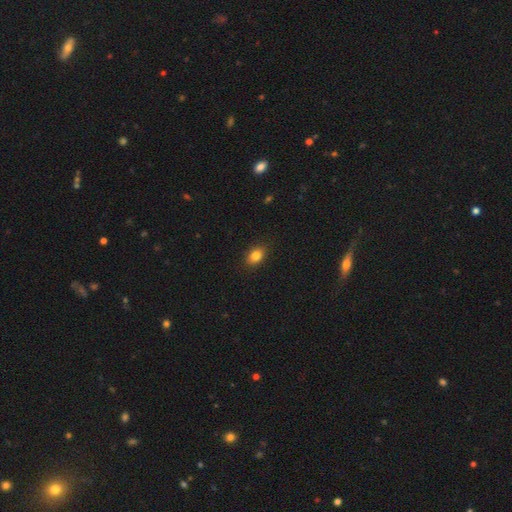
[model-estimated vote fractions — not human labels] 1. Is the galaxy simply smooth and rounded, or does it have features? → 83% smooth, 10% star or artifact, 7% featured or disk.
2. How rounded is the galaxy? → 76% in between, 22% round, 2% cigar-shaped.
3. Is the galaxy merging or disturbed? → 88% none, 9% minor disturbance, 2% major disturbance, 1% merger.